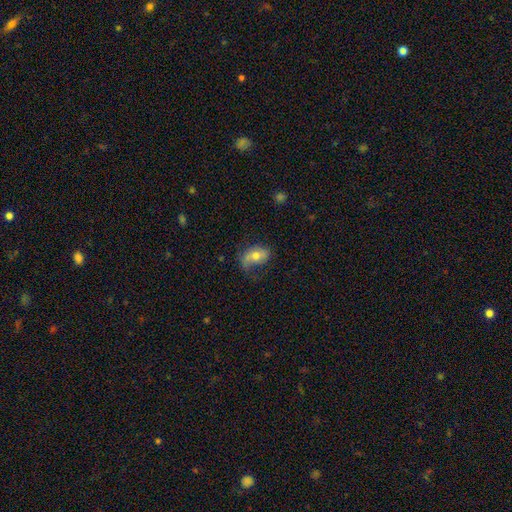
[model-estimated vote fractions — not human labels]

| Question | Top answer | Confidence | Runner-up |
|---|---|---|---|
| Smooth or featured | smooth | 58% | featured or disk (34%) |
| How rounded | in between | 86% | round (11%) |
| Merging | none | 48% | minor disturbance (32%) |